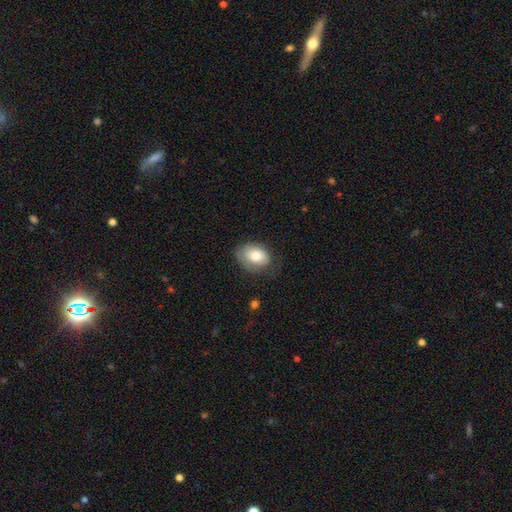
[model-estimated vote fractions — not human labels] Q: Smooth or featured?
A: smooth (75%); runner-up: featured or disk (17%)
Q: How rounded?
A: in between (79%); runner-up: round (20%)
Q: Merging?
A: none (63%); runner-up: minor disturbance (27%)